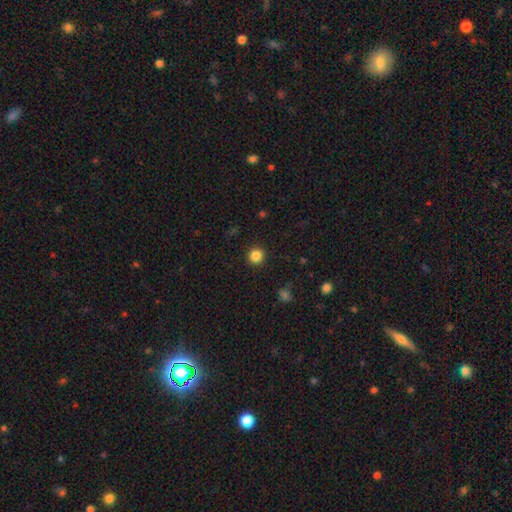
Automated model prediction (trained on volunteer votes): Morphology: type=smooth (85%); roundness=round (94%); merging=none (92%).